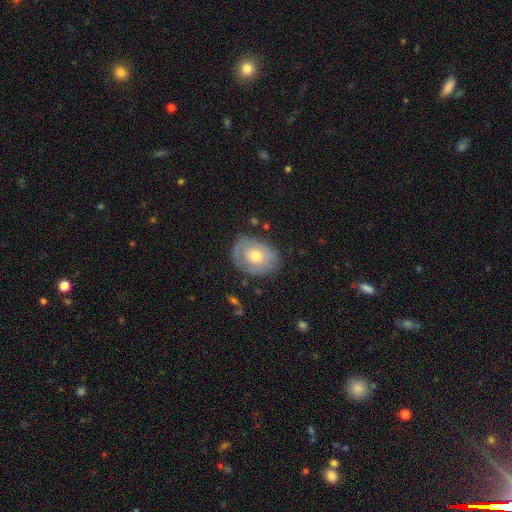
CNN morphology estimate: type=featured or disk (49%); merging=none (72%).